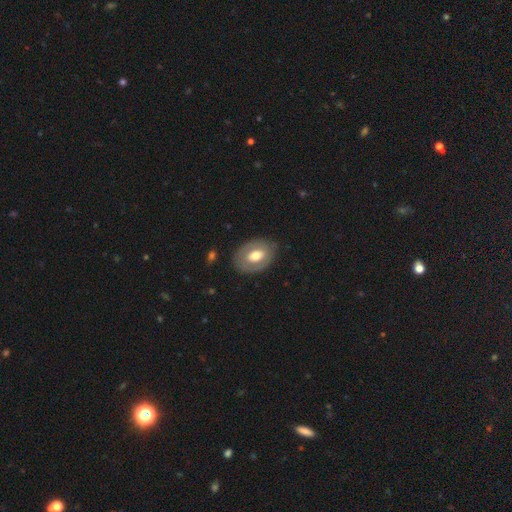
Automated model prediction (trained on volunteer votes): A smooth galaxy with no disk features (50%) that is in between round and cigar-shaped (77%). Merging: none (79%).